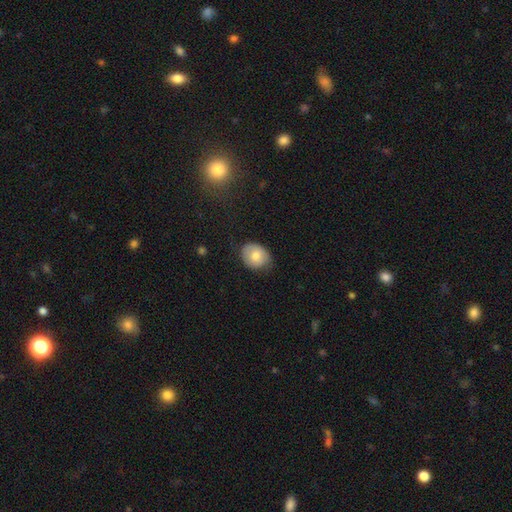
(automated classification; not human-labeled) A smooth galaxy with no disk features (75%) that is round (55%).

Vote fractions:
- Smooth or featured? smooth: 75% / featured or disk: 18% / star or artifact: 7%
- How rounded? round: 55% / in between: 44% / cigar-shaped: 1%
- Merging? none: 65% / minor disturbance: 28% / major disturbance: 6% / merger: 1%